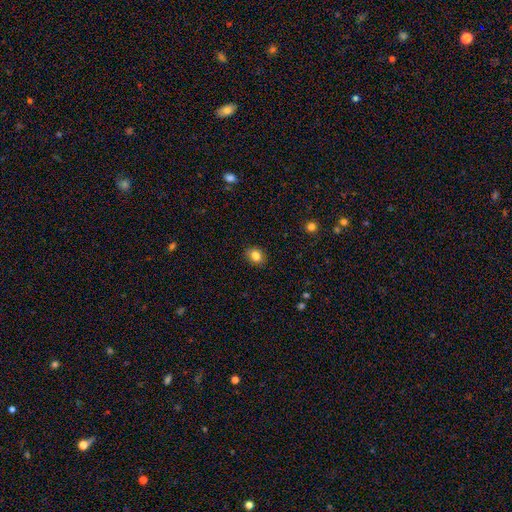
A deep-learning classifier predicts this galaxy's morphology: Smooth or featured? smooth (83%)
How rounded? round (55%)
Merging? none (88%)